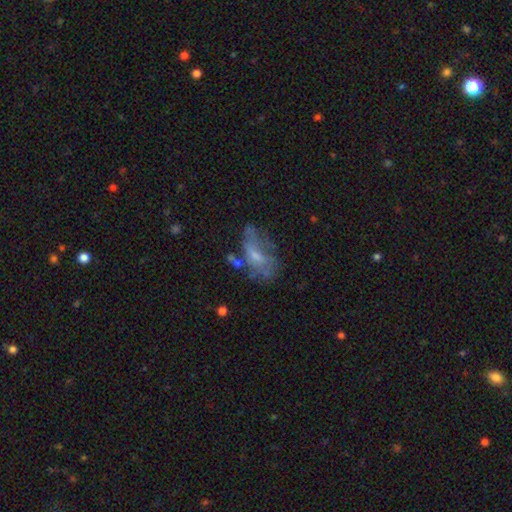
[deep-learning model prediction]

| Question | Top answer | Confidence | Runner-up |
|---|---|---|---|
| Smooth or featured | featured or disk | 50% | smooth (38%) |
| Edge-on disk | no | 93% | yes (7%) |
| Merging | none | 38% | major disturbance (28%) |